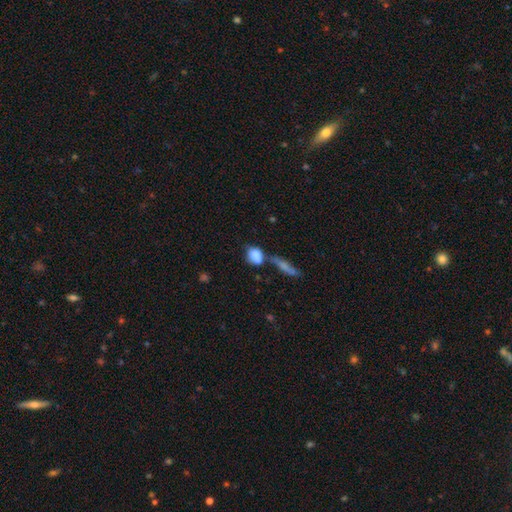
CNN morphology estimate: Smooth or featured?
  - smooth: 80% *
  - featured or disk: 11%
  - star or artifact: 9%
How rounded?
  - in between: 57% *
  - round: 38%
  - cigar-shaped: 5%
Merging?
  - merger: 40% *
  - none: 34%
  - minor disturbance: 16%
  - major disturbance: 10%